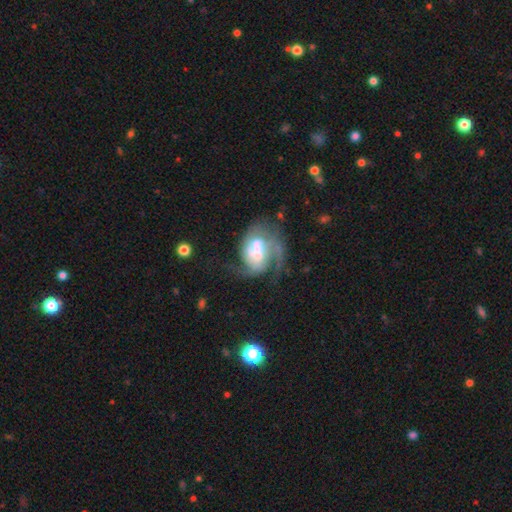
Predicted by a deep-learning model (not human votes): smooth_or_featured: featured or disk (p=0.76) [alt: smooth p=0.17]
disk_edge_on: no (p=0.97) [alt: yes p=0.03]
bar: weak (p=0.44) [alt: no p=0.37]
has_spiral_arms: yes (p=0.87) [alt: no p=0.13]
spiral_winding: medium (p=0.44) [alt: loose p=0.33]
spiral_arm_count: 2 (p=0.47) [alt: 1 p=0.19]
bulge_size: moderate (p=0.44) [alt: small p=0.27]
merging: major disturbance (p=0.36) [alt: none p=0.33]